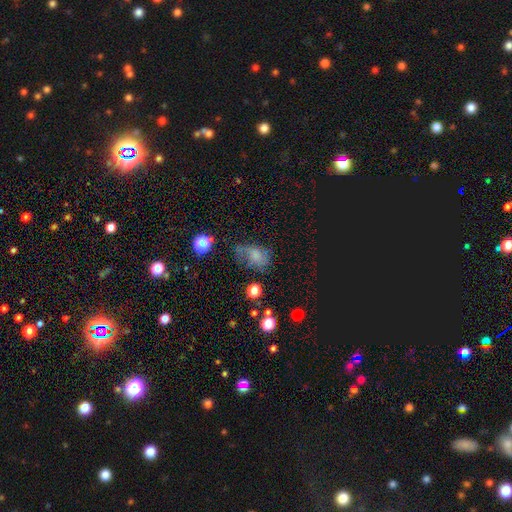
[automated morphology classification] A smooth galaxy with no disk features (60%) that is in between round and cigar-shaped (75%).

Vote fractions:
- Smooth or featured? smooth: 60% / featured or disk: 23% / star or artifact: 17%
- How rounded? in between: 75% / round: 23% / cigar-shaped: 2%
- Merging? none: 40% / minor disturbance: 29% / major disturbance: 26% / merger: 5%